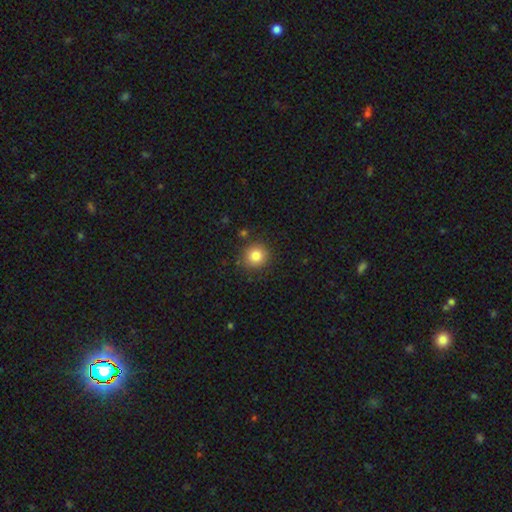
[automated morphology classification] Smooth or featured: smooth — 84% (star or artifact — 10%)
How rounded: round — 90% (in between — 9%)
Merging: none — 87% (minor disturbance — 8%)